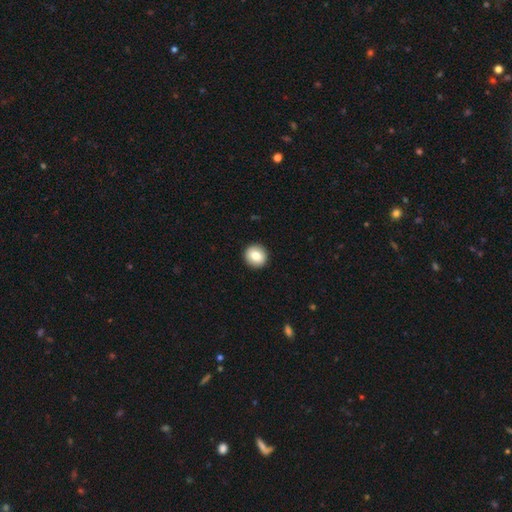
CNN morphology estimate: Q: Smooth or featured?
A: smooth (81%); runner-up: featured or disk (11%)
Q: How rounded?
A: round (90%); runner-up: in between (9%)
Q: Merging?
A: none (93%); runner-up: minor disturbance (5%)